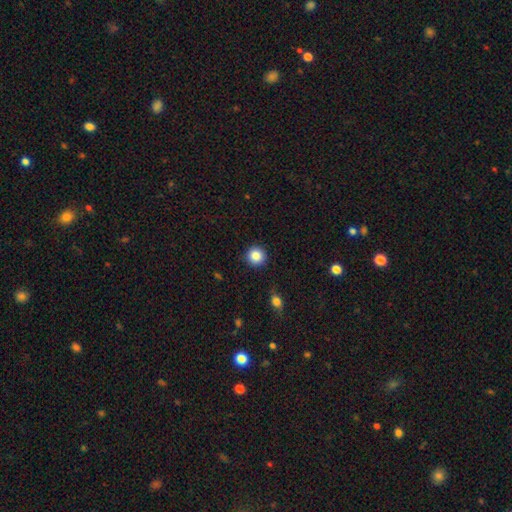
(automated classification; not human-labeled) The model was most divided on "smooth or featured": smooth: 87%, star or artifact: 9%, featured or disk: 4%. More confident: how rounded — round (94%); merging — none (90%).